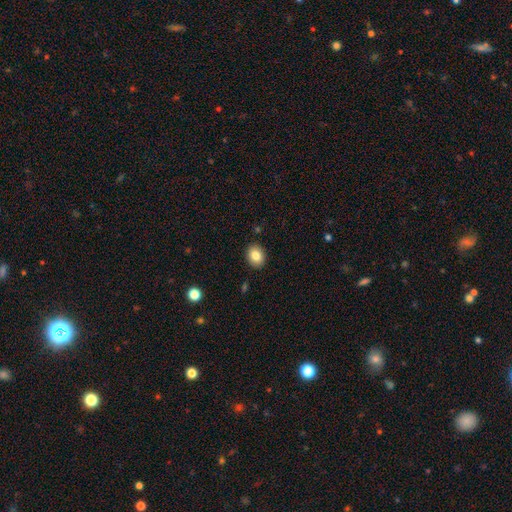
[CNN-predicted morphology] smooth 84%, star or artifact 9%, featured or disk 7%. Down the decision tree: how rounded — round (50%); merging — none (90%).